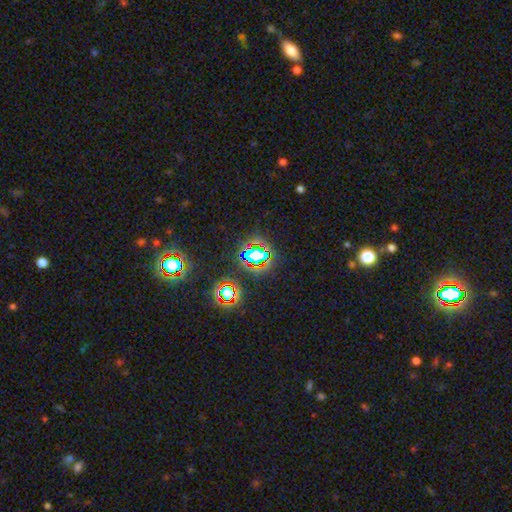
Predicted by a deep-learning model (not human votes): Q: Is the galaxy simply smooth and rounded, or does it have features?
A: star or artifact — 72%.